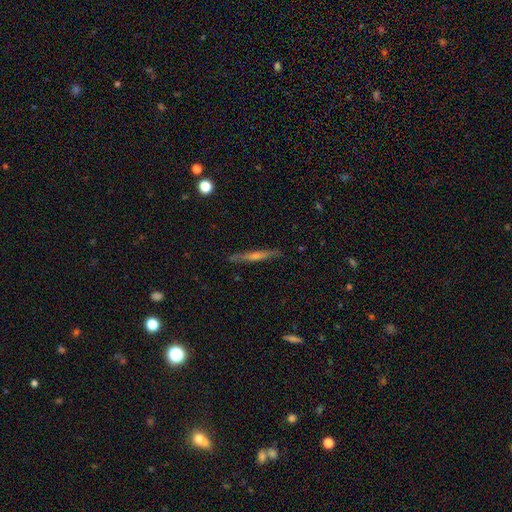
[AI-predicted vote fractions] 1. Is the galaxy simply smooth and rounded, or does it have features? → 64% featured or disk, 29% smooth, 7% star or artifact.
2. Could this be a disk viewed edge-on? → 96% yes, 4% no.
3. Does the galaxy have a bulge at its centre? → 62% rounded, 30% none, 8% boxy.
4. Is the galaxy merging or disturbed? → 89% none, 8% minor disturbance, 2% major disturbance, 1% merger.